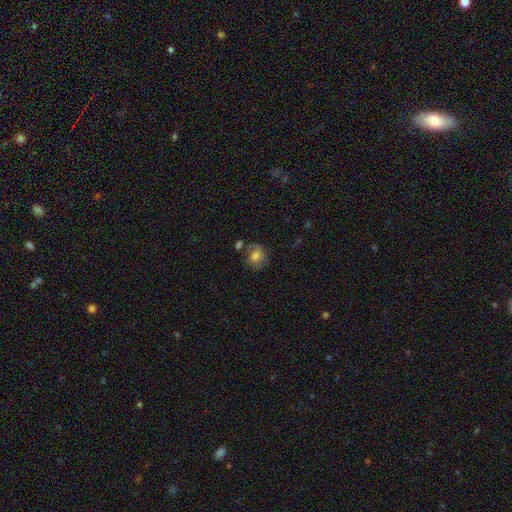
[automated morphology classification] smooth_or_featured: smooth (p=0.69) [alt: featured or disk p=0.22]
how_rounded: round (p=0.69) [alt: in between p=0.30]
merging: none (p=0.62) [alt: minor disturbance p=0.21]